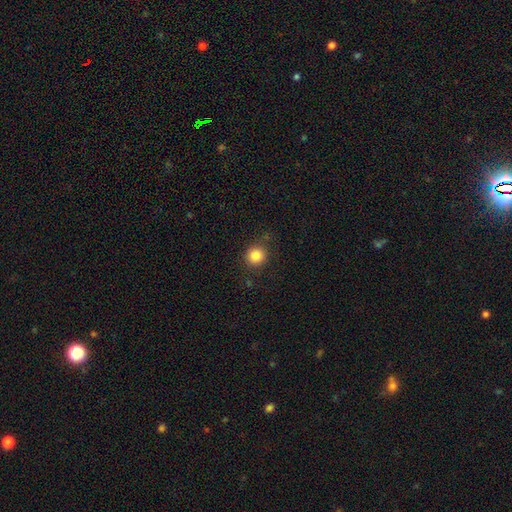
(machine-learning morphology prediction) smooth 85%, star or artifact 11%, featured or disk 4%. Down the decision tree: how rounded — round (90%); merging — none (84%).